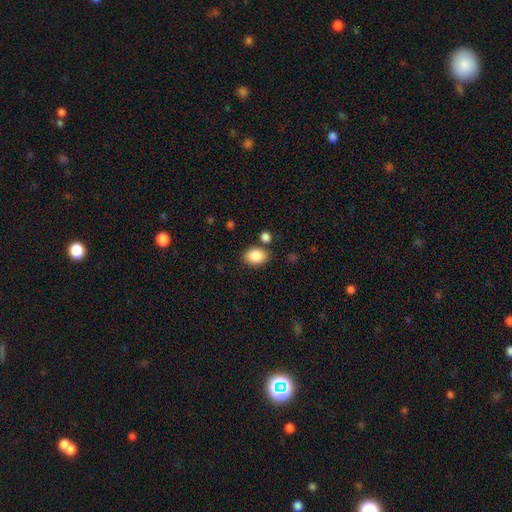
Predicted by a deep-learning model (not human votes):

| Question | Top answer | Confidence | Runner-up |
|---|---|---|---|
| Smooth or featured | smooth | 88% | star or artifact (8%) |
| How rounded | in between | 75% | round (24%) |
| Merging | none | 77% | minor disturbance (12%) |